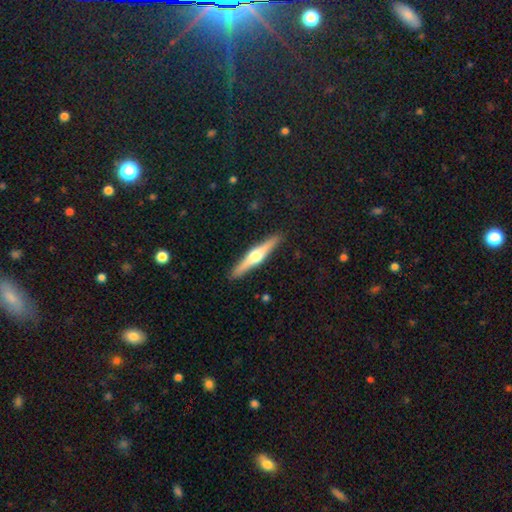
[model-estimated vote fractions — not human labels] A featured or disk galaxy (69%) viewed edge-on (98%) with a rounded central bulge (93%). Merging: none (91%).